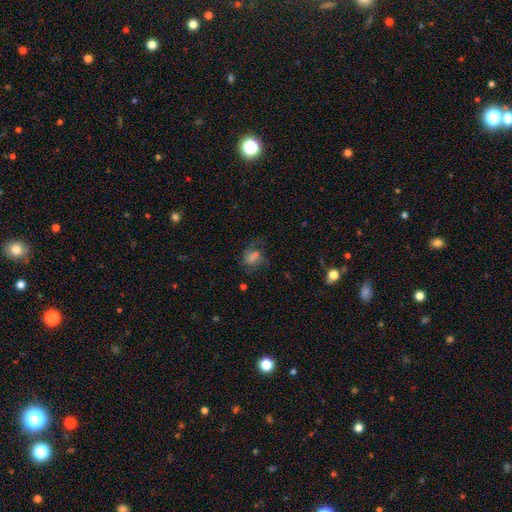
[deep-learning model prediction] This is marginally a featured or disk galaxy (37%). Merging: possibly none (59%).